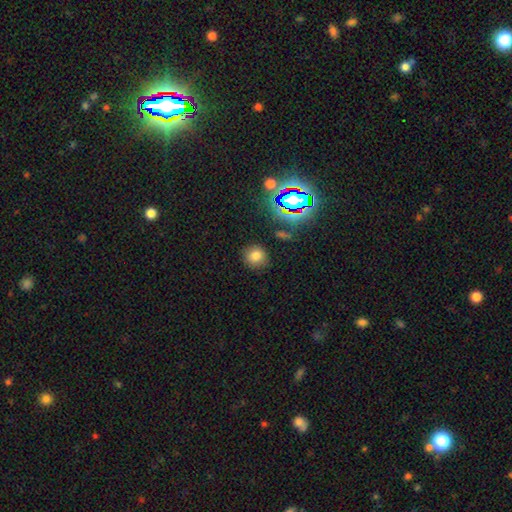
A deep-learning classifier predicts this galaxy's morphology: This is likely a smooth galaxy (74%). How rounded: clearly round (87%). Merging: clearly none (86%).